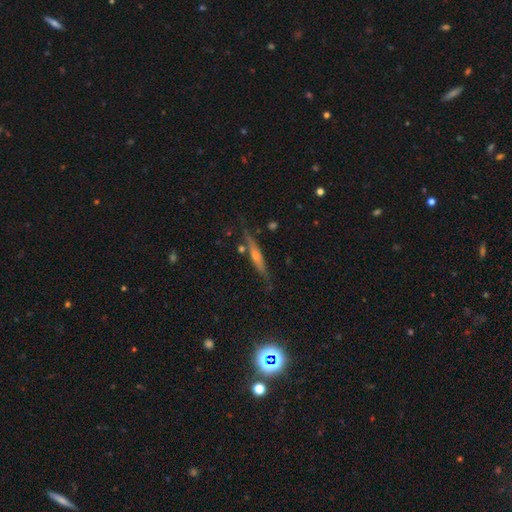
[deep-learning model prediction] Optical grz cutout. It shows a featured or disk galaxy (63%) viewed edge-on (94%) with a rounded central bulge (70%). Merging: none (79%).